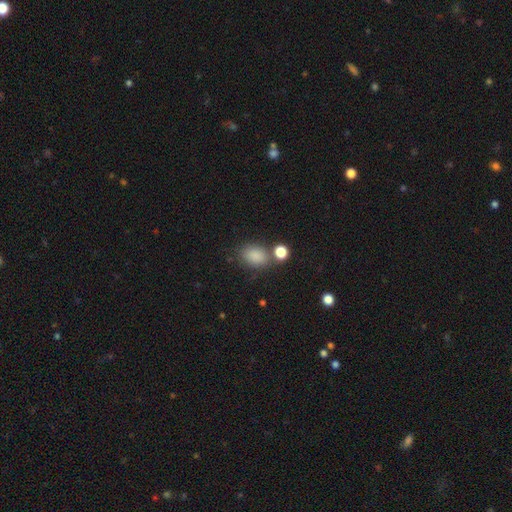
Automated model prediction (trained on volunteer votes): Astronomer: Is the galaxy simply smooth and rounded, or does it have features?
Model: smooth — 84%.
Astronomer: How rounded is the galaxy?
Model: in between — 75%.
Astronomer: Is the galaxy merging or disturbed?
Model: none — 66%.